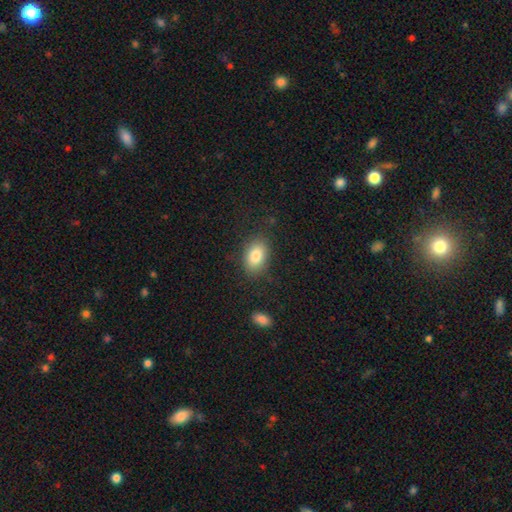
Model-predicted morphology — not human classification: The model was most divided on "merging": none: 82%, minor disturbance: 12%, major disturbance: 4%, merger: 1%. More confident: how rounded — in between (86%); smooth or featured — smooth (83%).